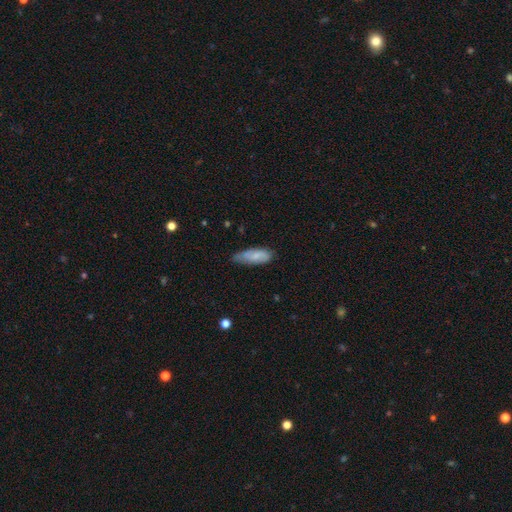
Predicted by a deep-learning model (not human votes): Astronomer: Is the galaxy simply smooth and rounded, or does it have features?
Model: smooth — 71%.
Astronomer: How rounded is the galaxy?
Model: in between — 67%.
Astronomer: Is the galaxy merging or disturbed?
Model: none — 56% (runner-up: minor disturbance, 35%).